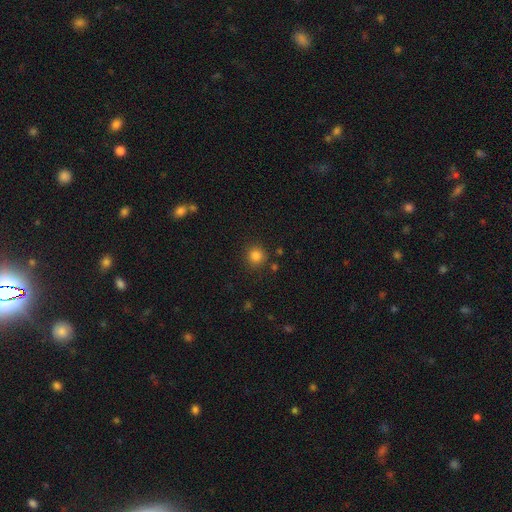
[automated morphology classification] Overall: smooth (83%). How rounded: round (93%). Merging: none (87%).